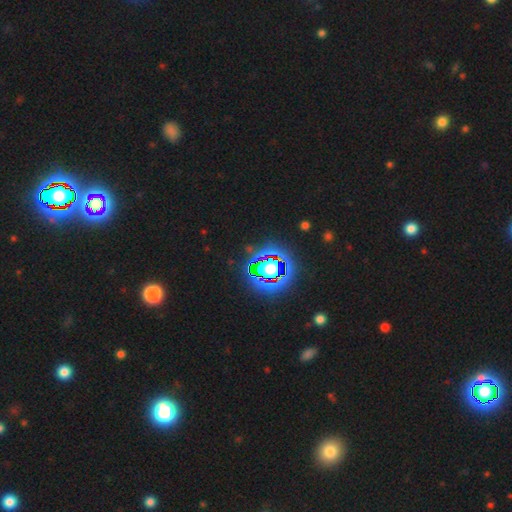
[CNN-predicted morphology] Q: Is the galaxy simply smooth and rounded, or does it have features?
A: star or artifact — 80%.